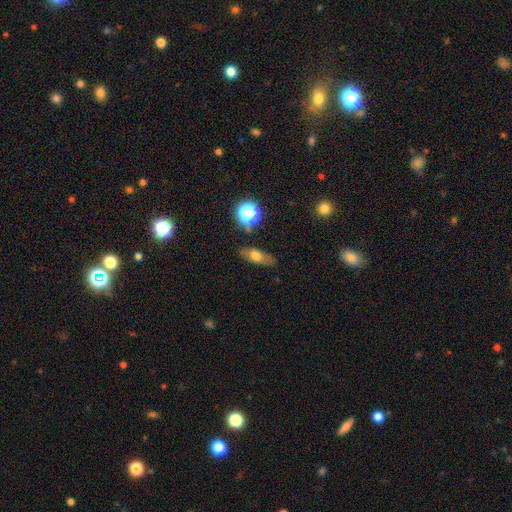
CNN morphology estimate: Smooth or featured? Predicted: smooth (p=0.62). How rounded? Predicted: in between (p=0.68). Merging? Predicted: none (p=0.82).